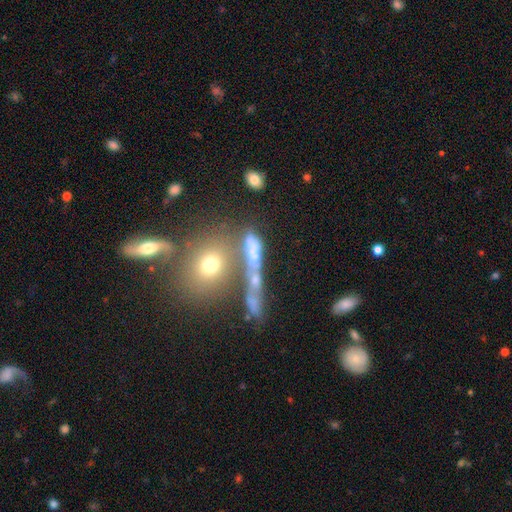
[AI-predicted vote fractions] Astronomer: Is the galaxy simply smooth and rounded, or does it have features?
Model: smooth — 49% (runner-up: featured or disk, 33%).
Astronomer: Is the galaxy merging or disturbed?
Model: none — 41% (runner-up: merger, 32%).